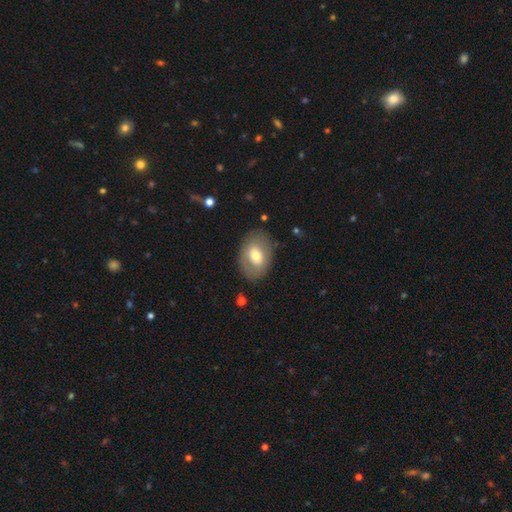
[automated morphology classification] Smooth or featured: smooth — 61% (featured or disk — 32%)
How rounded: in between — 81% (round — 17%)
Merging: none — 82% (minor disturbance — 12%)